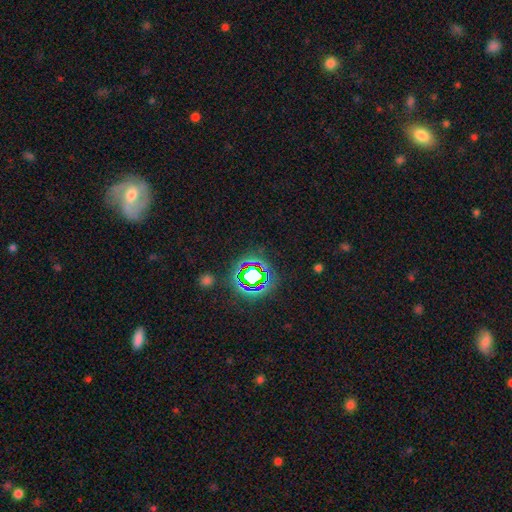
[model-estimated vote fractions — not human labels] Smooth or featured: star or artifact — 67% (smooth — 19%)